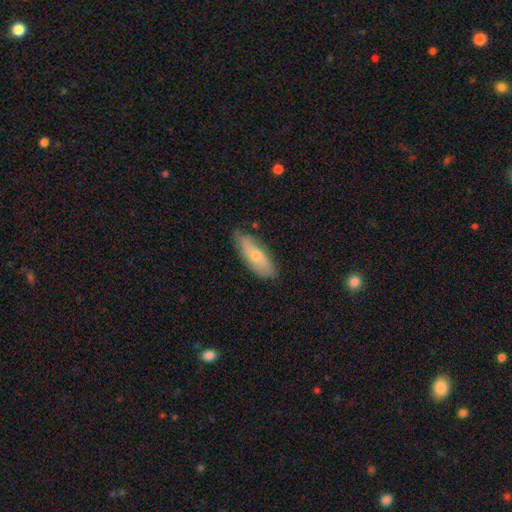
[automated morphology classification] Smooth or featured: smooth — 56% (featured or disk — 37%)
How rounded: in between — 64% (cigar-shaped — 34%)
Merging: none — 74% (minor disturbance — 21%)